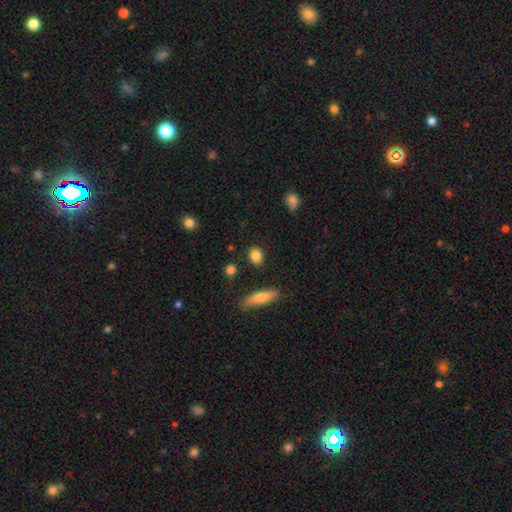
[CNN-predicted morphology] Smooth or featured?
  - smooth: 84% *
  - star or artifact: 9%
  - featured or disk: 7%
How rounded?
  - round: 59% *
  - in between: 37%
  - cigar-shaped: 4%
Merging?
  - none: 87% *
  - minor disturbance: 8%
  - merger: 3%
  - major disturbance: 2%